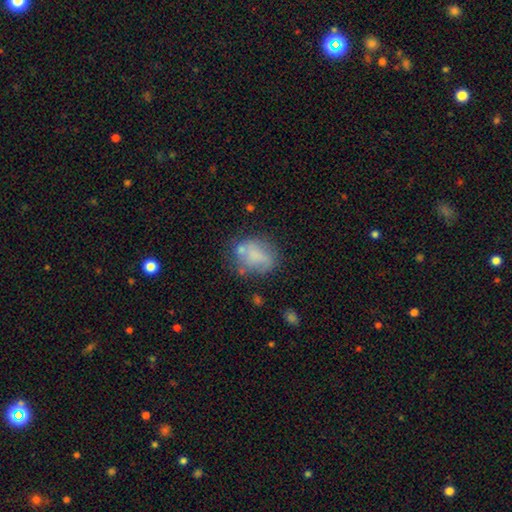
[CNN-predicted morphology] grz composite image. It shows a smooth galaxy with no disk features (61%) that is in between round and cigar-shaped (57%). Merging: none (47%).